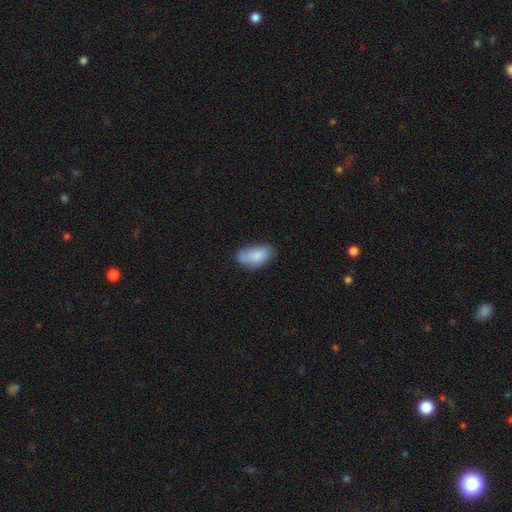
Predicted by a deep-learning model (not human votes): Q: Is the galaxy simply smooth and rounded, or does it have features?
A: smooth — 81%.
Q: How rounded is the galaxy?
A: in between — 93%.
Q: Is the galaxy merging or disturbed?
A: none — 58%.